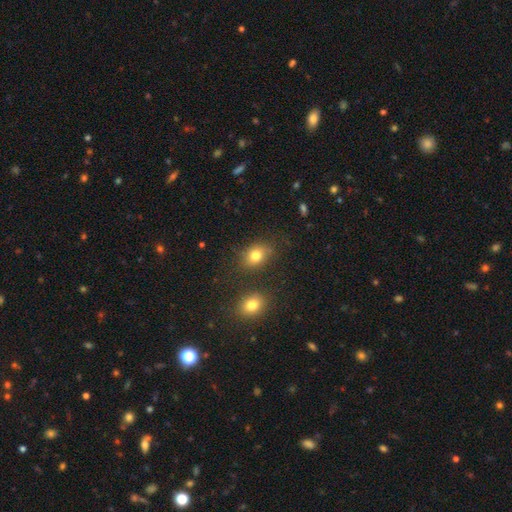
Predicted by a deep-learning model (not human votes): smooth-or-featured: smooth: 79% | star or artifact: 12% | featured or disk: 9%
  how-rounded: in between: 61% | round: 38% | cigar-shaped: 1%
  merging: none: 73% | minor disturbance: 16% | merger: 6% | major disturbance: 5%